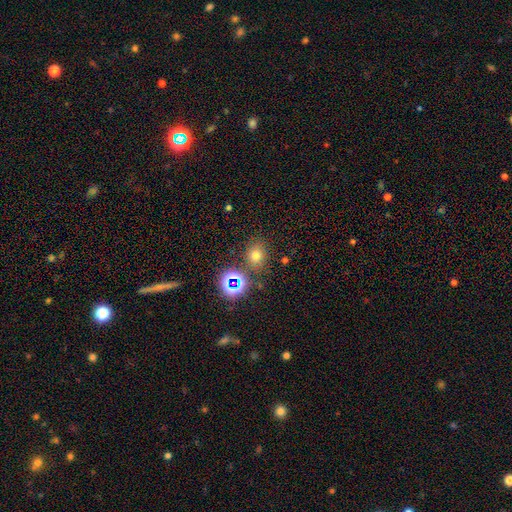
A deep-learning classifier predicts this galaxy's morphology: Smooth or featured? smooth (67%)
How rounded? round (69%)
Merging? none (79%)